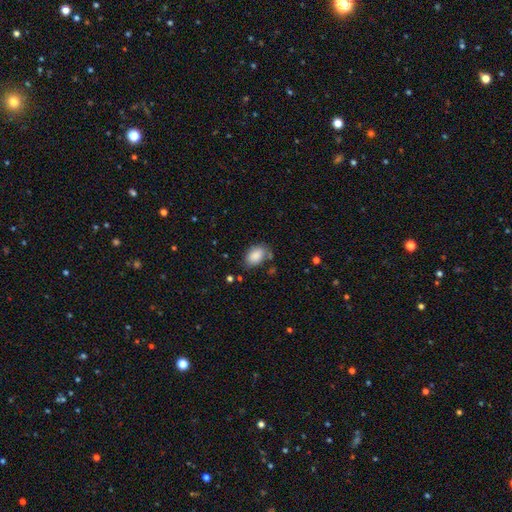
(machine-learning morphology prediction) smooth_or_featured: smooth (p=0.88) [alt: star or artifact p=0.07]
how_rounded: in between (p=0.89) [alt: round p=0.10]
merging: none (p=0.69) [alt: minor disturbance p=0.20]